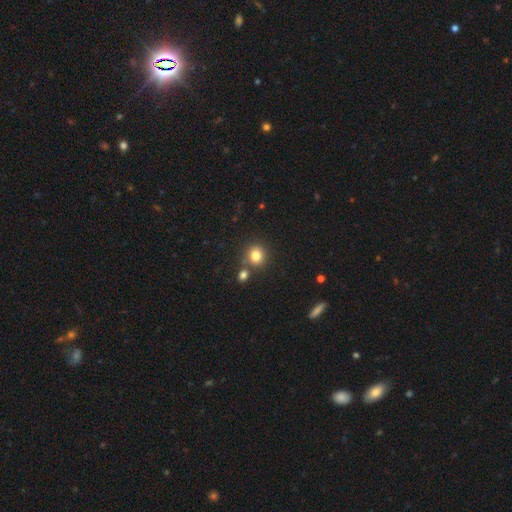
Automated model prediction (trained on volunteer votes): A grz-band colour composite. It shows a smooth galaxy with no disk features (81%) that is round (85%). Merging: none (71%).